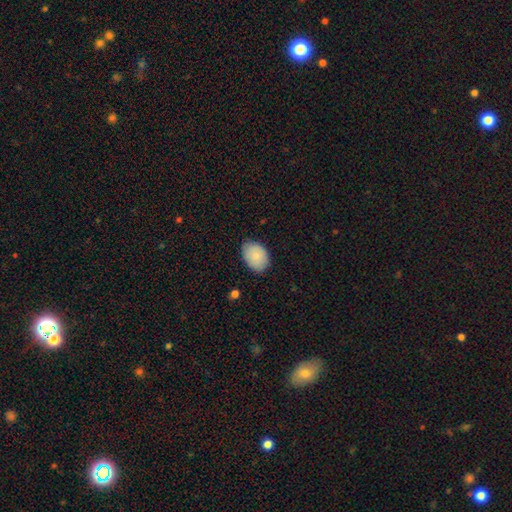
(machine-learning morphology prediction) This appears to be a smooth galaxy with no disk features (87%) that is in between round and cigar-shaped (82%). Merging: none (81%).